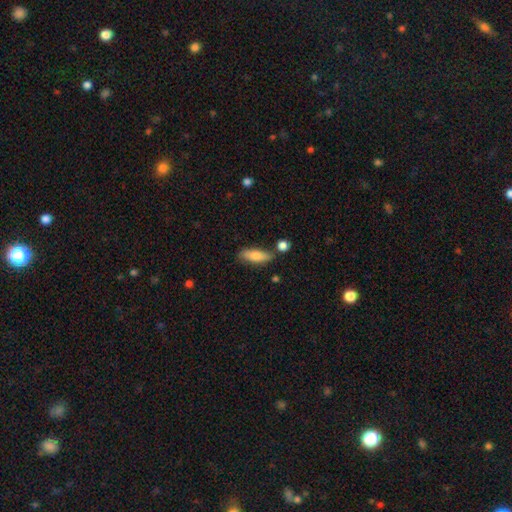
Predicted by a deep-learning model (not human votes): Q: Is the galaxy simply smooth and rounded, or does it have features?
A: smooth — 77%.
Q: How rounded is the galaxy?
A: in between — 62%.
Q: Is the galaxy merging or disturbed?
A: none — 73%.